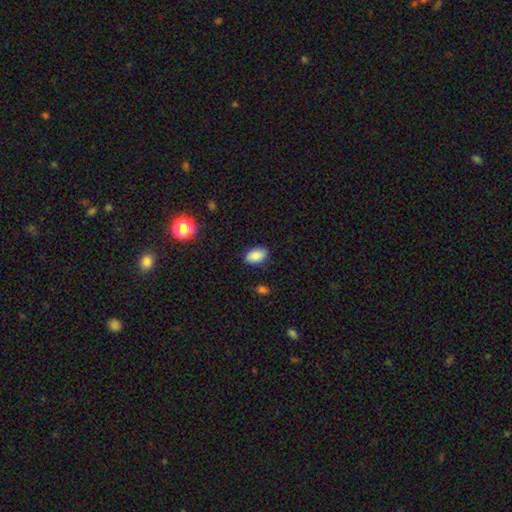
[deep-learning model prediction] smooth-or-featured: smooth: 88% | star or artifact: 8% | featured or disk: 4%
  how-rounded: in between: 90% | round: 8% | cigar-shaped: 2%
  merging: none: 86% | minor disturbance: 11% | major disturbance: 3% | merger: 1%